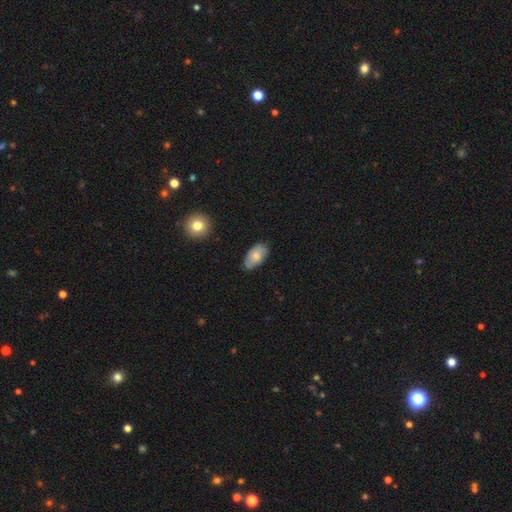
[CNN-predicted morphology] Smooth or featured? Predicted: smooth (p=0.70). How rounded? Predicted: in between (p=0.93). Merging? Predicted: none (p=0.72).